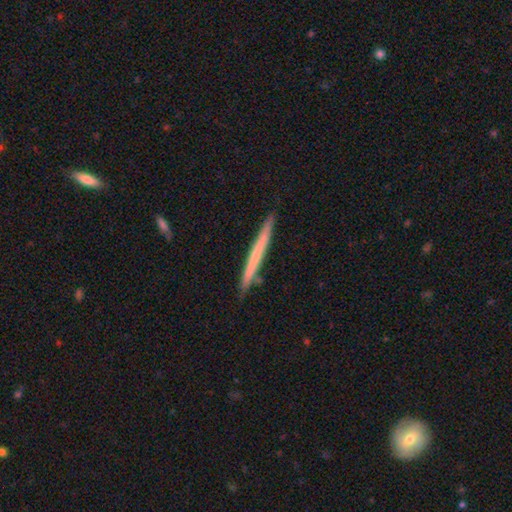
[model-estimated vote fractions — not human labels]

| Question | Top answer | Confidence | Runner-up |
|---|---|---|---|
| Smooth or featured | smooth | 50% | featured or disk (45%) |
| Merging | none | 88% | minor disturbance (9%) |